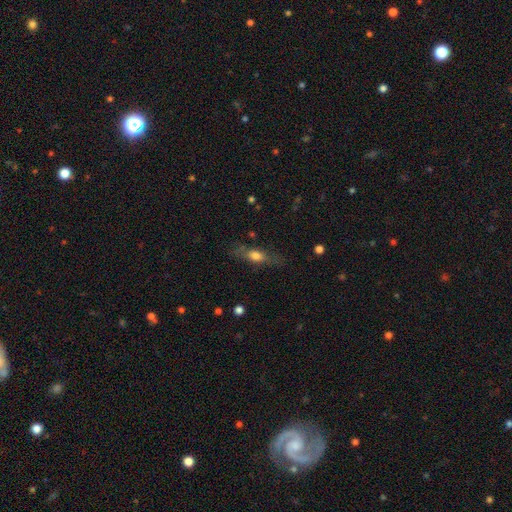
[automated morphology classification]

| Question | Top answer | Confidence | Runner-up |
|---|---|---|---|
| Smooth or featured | smooth | 59% | featured or disk (33%) |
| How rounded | in between | 48% | cigar-shaped (46%) |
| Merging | none | 71% | minor disturbance (18%) |